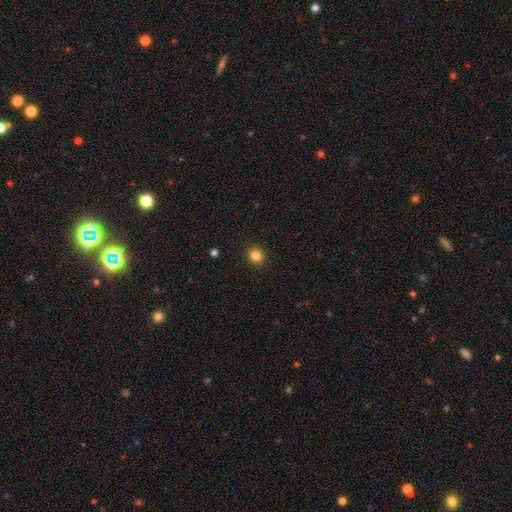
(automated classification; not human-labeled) Smooth or featured? Predicted: smooth (p=0.84). How rounded? Predicted: round (p=0.75). Merging? Predicted: none (p=0.91).